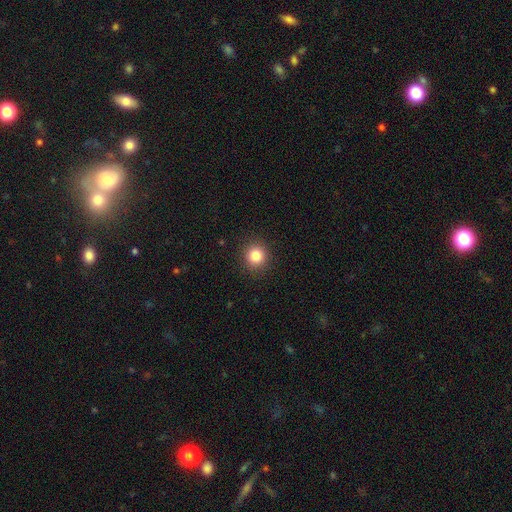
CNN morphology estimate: This is clearly a smooth galaxy (84%). How rounded: clearly round (91%). Merging: clearly none (91%).